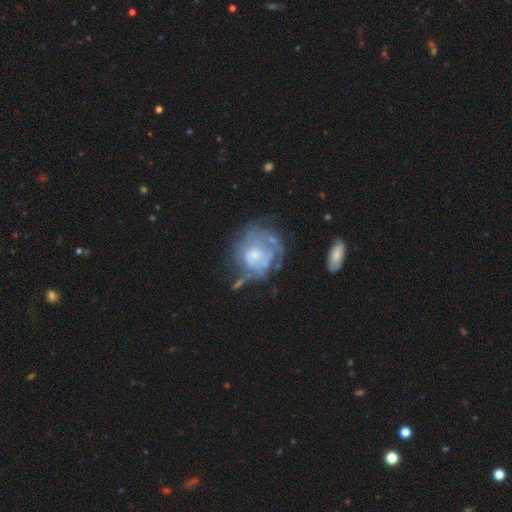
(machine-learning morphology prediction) This is likely a featured or disk galaxy (67%). It is clearly not viewed edge-on (97%). Bar: clearly no (81%). Spiral arm pattern: possibly yes (56%). Central bulge: possibly small (54%). Merging: marginally none (39%).